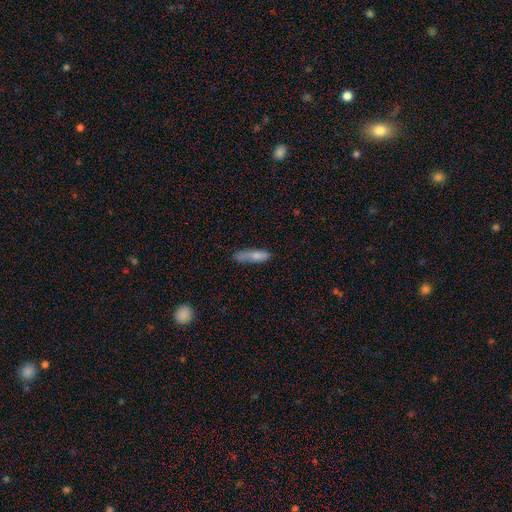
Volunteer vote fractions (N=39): A smooth galaxy with no disk features (77%) that is cigar-shaped (67%).

Vote fractions:
- Smooth or featured? smooth: 77% / featured or disk: 18% / star or artifact: 5%
- How rounded? cigar-shaped: 67% / in between: 30% / round: 3%
- Merging? none: 59% / minor disturbance: 27% / merger: 11% / major disturbance: 3%